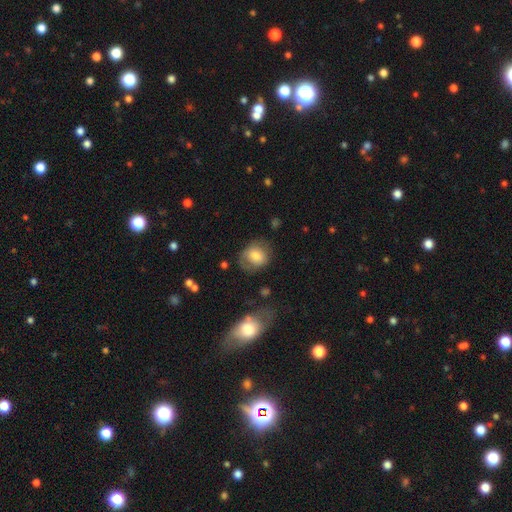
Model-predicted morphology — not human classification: Q: Smooth or featured?
A: smooth (73%); runner-up: featured or disk (19%)
Q: How rounded?
A: round (61%); runner-up: in between (38%)
Q: Merging?
A: none (65%); runner-up: minor disturbance (22%)